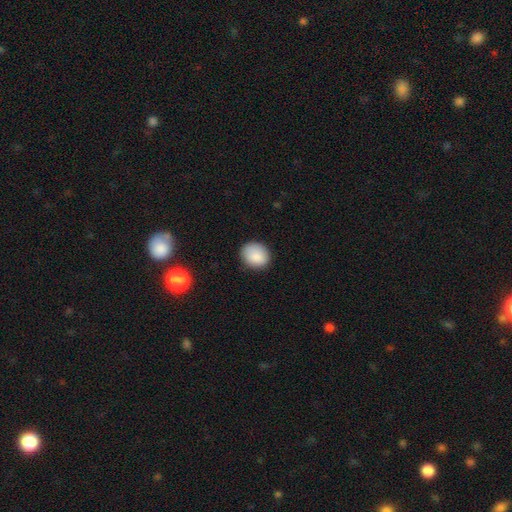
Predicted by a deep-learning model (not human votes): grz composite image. It shows a smooth galaxy with no disk features (87%) that is round (62%). Merging: none (84%).